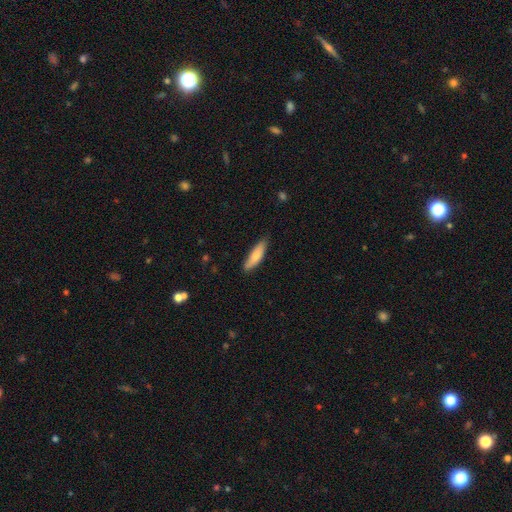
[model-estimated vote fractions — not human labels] A smooth galaxy with no disk features (76%) that is cigar-shaped (66%). Merging: none (79%).